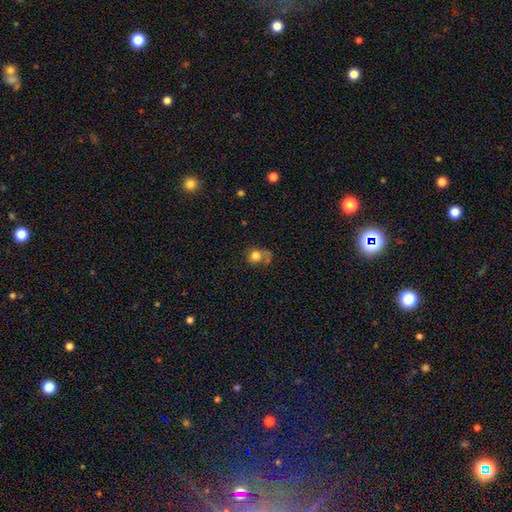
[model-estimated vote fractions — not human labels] This appears to be a smooth galaxy with no disk features (77%) that is round (75%). Merging: none (40%).